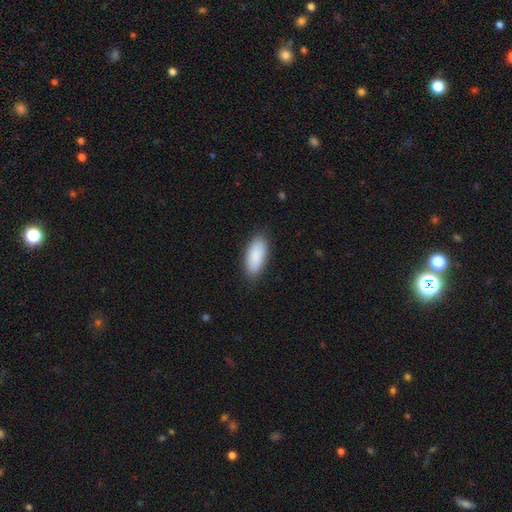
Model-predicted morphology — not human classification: A smooth galaxy with no disk features (89%) that is in between round and cigar-shaped (86%).

Vote fractions:
- Smooth or featured? smooth: 89% / star or artifact: 6% / featured or disk: 6%
- How rounded? in between: 86% / cigar-shaped: 12% / round: 2%
- Merging? none: 86% / minor disturbance: 11% / major disturbance: 2% / merger: 1%